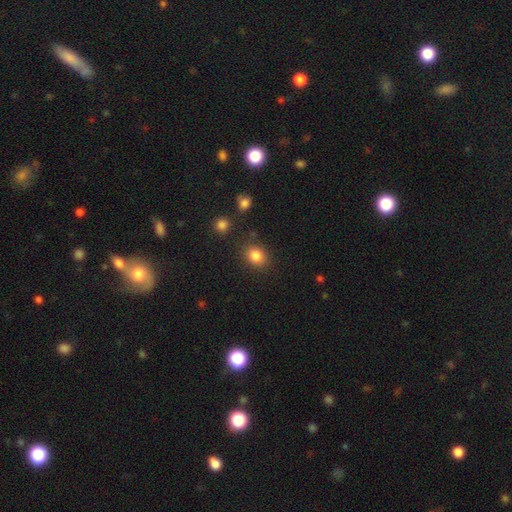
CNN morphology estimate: Overall: smooth (84%). How rounded: round (52%; in between 47%). Merging: none (83%).